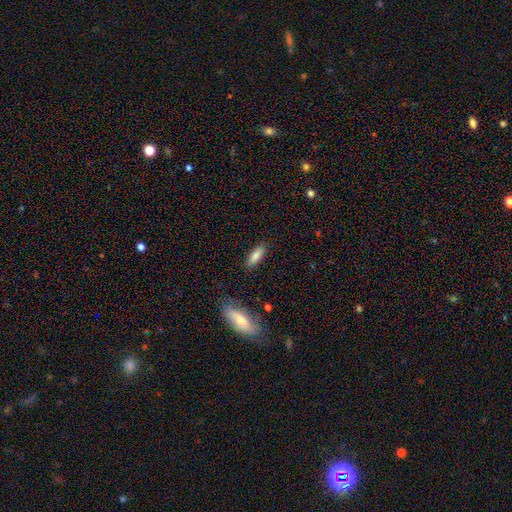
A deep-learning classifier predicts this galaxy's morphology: smooth-or-featured: smooth: 84% | featured or disk: 9% | star or artifact: 7%
  how-rounded: in between: 64% | cigar-shaped: 34% | round: 2%
  merging: none: 85% | minor disturbance: 11% | major disturbance: 3% | merger: 2%